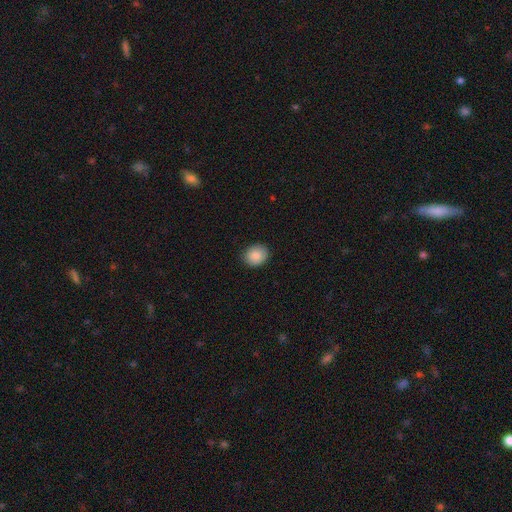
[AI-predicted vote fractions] Smooth or featured? Predicted: smooth (p=0.88). How rounded? Predicted: round (p=0.62). Merging? Predicted: none (p=0.87).